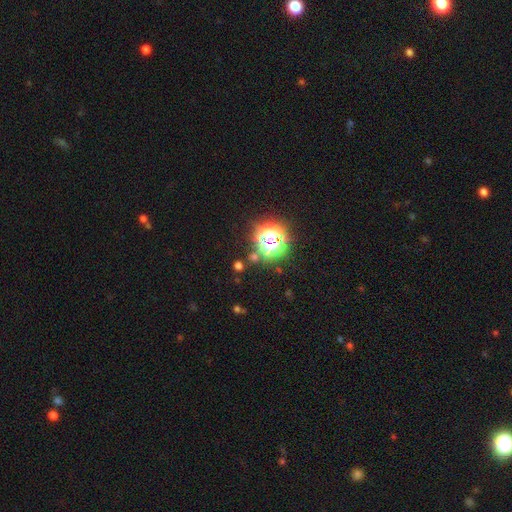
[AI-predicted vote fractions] Smooth or featured?
  - star or artifact: 70% *
  - smooth: 22%
  - featured or disk: 8%